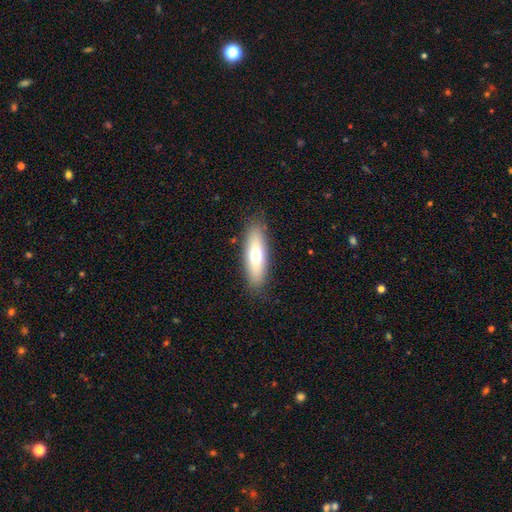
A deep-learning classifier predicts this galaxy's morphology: Overall: smooth (65%; featured or disk 28%). How rounded: cigar-shaped (50%; in between 48%). Merging: none (86%).